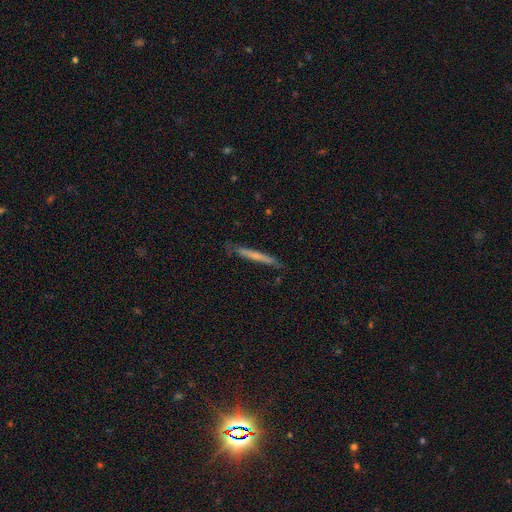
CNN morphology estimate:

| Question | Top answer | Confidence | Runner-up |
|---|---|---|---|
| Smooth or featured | smooth | 51% | featured or disk (43%) |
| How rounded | cigar-shaped | 96% | in between (2%) |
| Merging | none | 83% | minor disturbance (13%) |